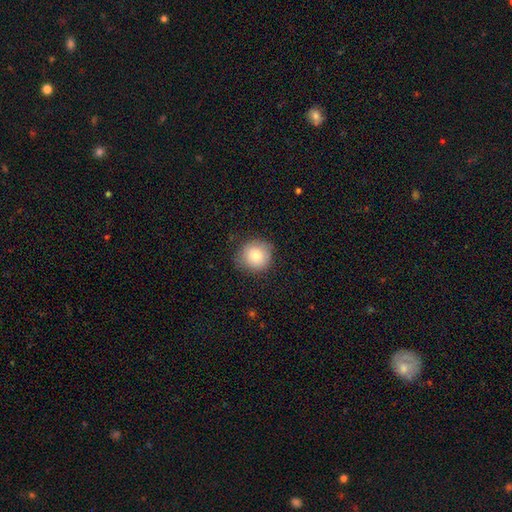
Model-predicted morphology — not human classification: Smooth or featured? Predicted: smooth (p=0.78). How rounded? Predicted: round (p=0.91). Merging? Predicted: none (p=0.79).